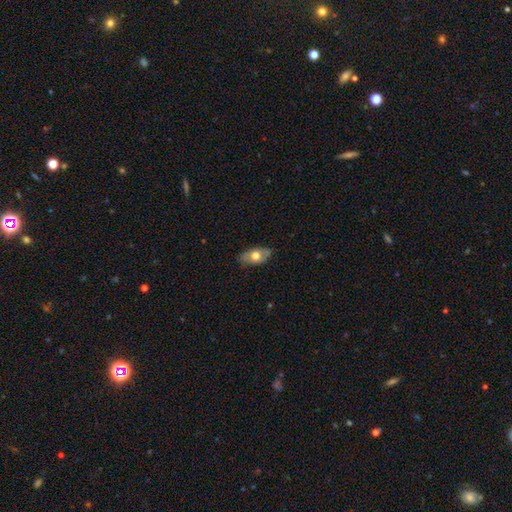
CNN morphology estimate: smooth_or_featured: smooth (p=0.59) [alt: featured or disk p=0.35]
how_rounded: in between (p=0.90) [alt: round p=0.07]
merging: none (p=0.77) [alt: minor disturbance p=0.19]